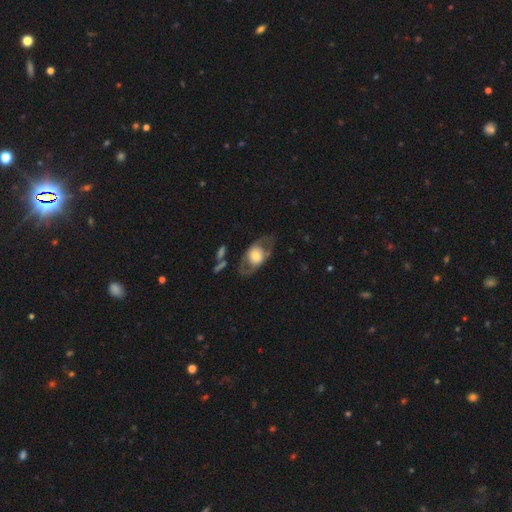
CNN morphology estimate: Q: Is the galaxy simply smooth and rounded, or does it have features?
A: featured or disk — 53%.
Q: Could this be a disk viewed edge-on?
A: no — 84%.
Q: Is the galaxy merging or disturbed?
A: none — 59%.